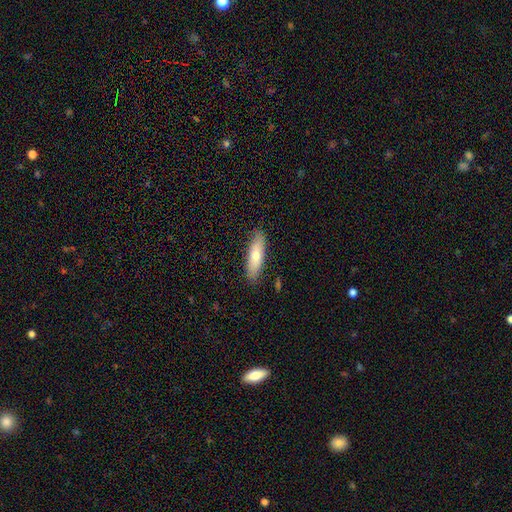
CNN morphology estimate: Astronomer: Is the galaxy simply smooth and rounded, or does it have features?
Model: smooth — 71%.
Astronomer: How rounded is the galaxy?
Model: cigar-shaped — 53% (runner-up: in between, 45%).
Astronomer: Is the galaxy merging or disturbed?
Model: none — 86%.